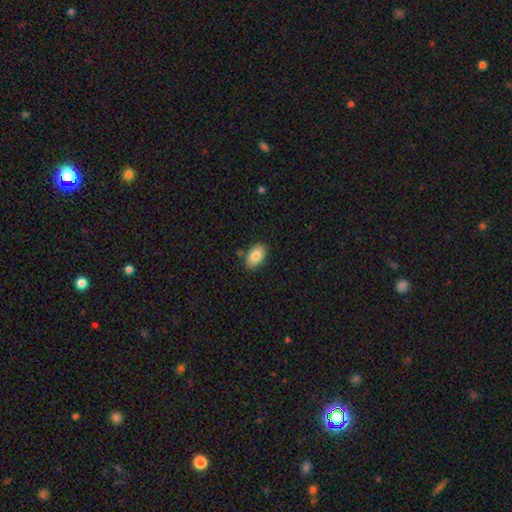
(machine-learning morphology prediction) smooth_or_featured: smooth (p=0.83) [alt: featured or disk p=0.09]
how_rounded: in between (p=0.90) [alt: round p=0.09]
merging: none (p=0.82) [alt: minor disturbance p=0.12]